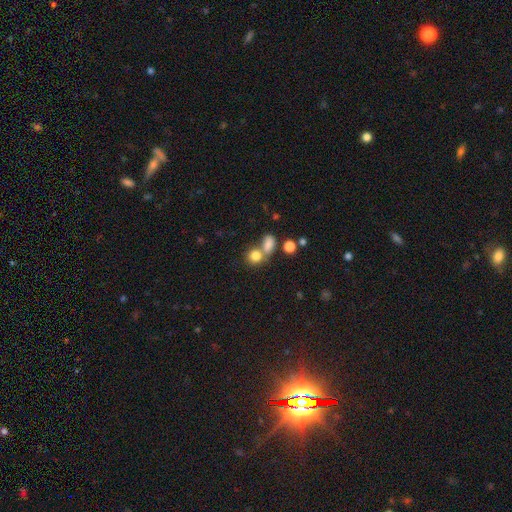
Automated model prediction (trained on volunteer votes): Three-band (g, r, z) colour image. It shows a smooth galaxy with no disk features (80%) that is round (70%). Merging: merger (44%).